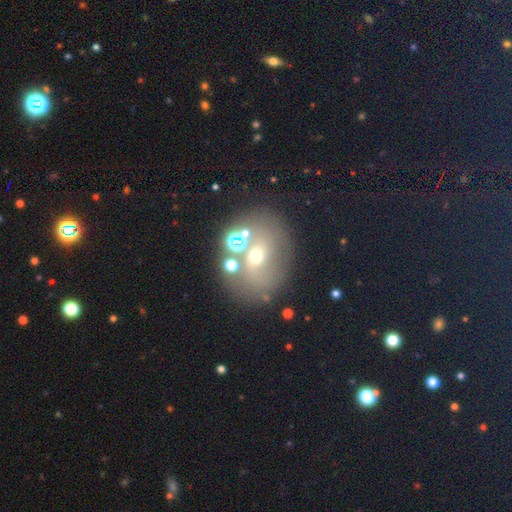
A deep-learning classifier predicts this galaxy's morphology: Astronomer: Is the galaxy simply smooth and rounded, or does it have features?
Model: smooth — 46% (runner-up: featured or disk, 32%).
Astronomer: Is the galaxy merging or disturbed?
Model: none — 55%.